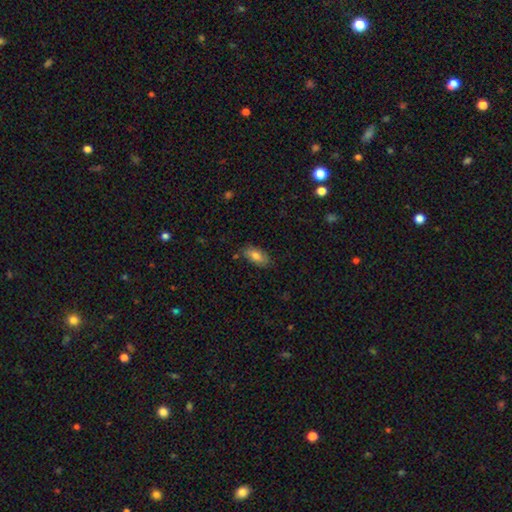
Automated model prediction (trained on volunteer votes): Q: Smooth or featured?
A: smooth (76%); runner-up: featured or disk (17%)
Q: How rounded?
A: in between (89%); runner-up: cigar-shaped (7%)
Q: Merging?
A: none (77%); runner-up: minor disturbance (18%)